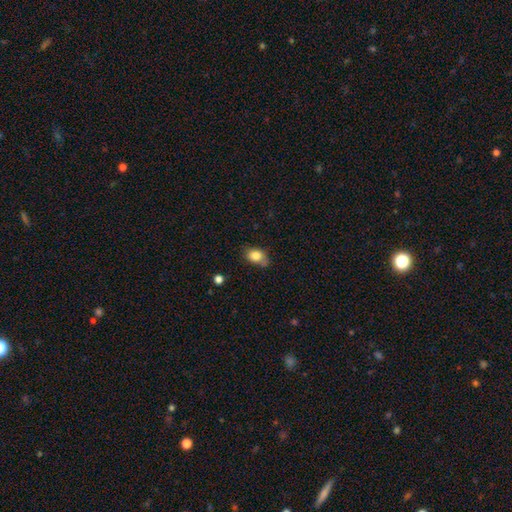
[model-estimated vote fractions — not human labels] smooth_or_featured: smooth (p=0.82) [alt: featured or disk p=0.09]
how_rounded: in between (p=0.75) [alt: round p=0.23]
merging: none (p=0.61) [alt: minor disturbance p=0.29]